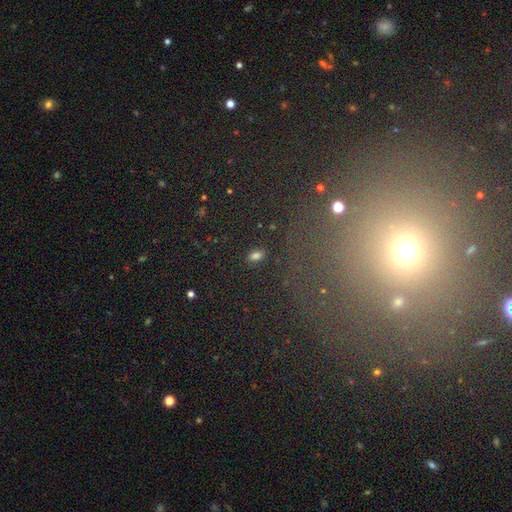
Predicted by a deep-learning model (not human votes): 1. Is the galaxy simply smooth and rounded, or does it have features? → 78% smooth, 16% star or artifact, 6% featured or disk.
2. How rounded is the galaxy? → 87% in between, 10% round, 3% cigar-shaped.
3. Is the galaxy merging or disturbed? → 87% none, 8% minor disturbance, 3% major disturbance, 2% merger.